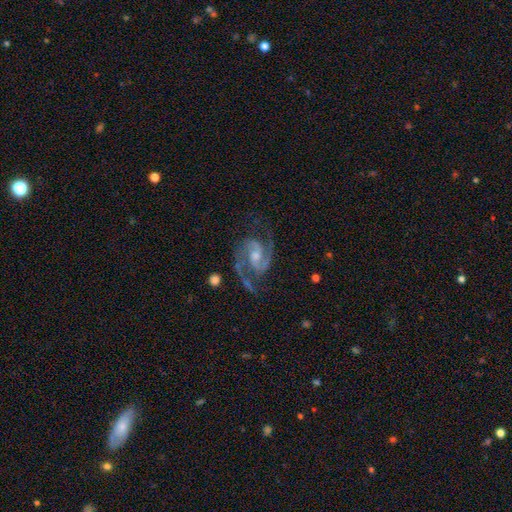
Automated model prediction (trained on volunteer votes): A featured or disk galaxy (93%) with a weak bar (47%), 2 (92%) medium (63%) spiral arms (99%) and a moderate central bulge (52%).

Vote fractions:
- Smooth or featured? featured or disk: 93% / star or artifact: 4% / smooth: 3%
- Edge-on disk? no: 98% / yes: 2%
- Bar? weak: 47% / no: 37% / strong: 16%
- Spiral arms? yes: 99% / no: 1%
- Spiral winding? medium: 63% / tight: 24% / loose: 14%
- Spiral arm count? 2: 92% / 3: 3% / can't tell: 2% / 1: 1% / 4: 1% / more than 4: 1%
- Bulge size? moderate: 52% / small: 39% / none: 4% / large: 4% / dominant: 1%
- Merging? none: 74% / minor disturbance: 16% / major disturbance: 8% / merger: 2%